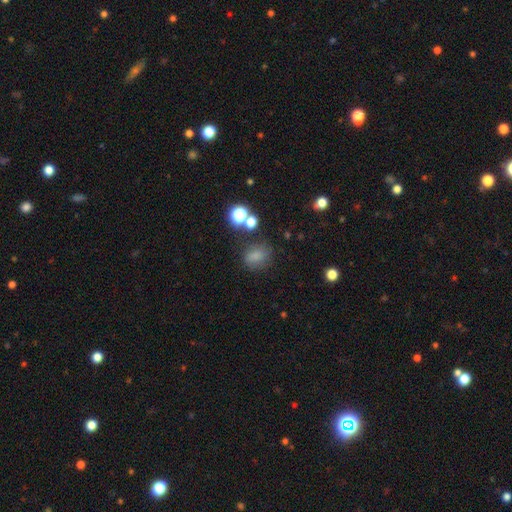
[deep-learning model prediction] Smooth or featured? Predicted: smooth (p=0.73). How rounded? Predicted: in between (p=0.52). Merging? Predicted: none (p=0.64).